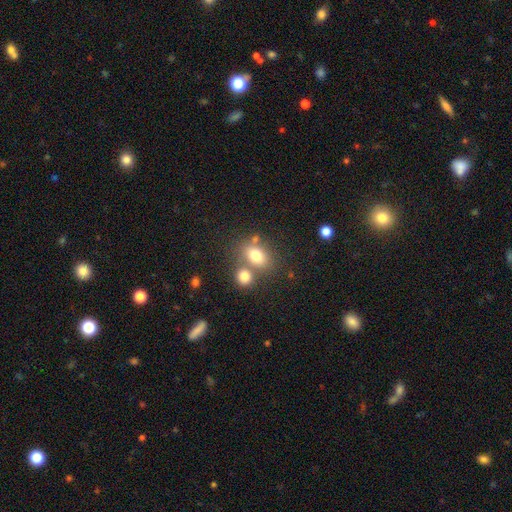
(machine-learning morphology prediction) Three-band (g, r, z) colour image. It shows a smooth galaxy with no disk features (76%) that is in between round and cigar-shaped (71%). Merging: none (51%).